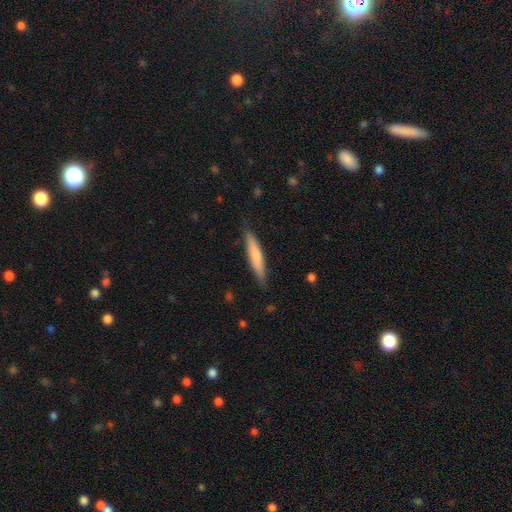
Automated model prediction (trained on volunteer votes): Smooth or featured?
  - smooth: 69% *
  - featured or disk: 25%
  - star or artifact: 5%
How rounded?
  - cigar-shaped: 90% *
  - in between: 8%
  - round: 1%
Merging?
  - none: 84% *
  - minor disturbance: 12%
  - major disturbance: 2%
  - merger: 1%